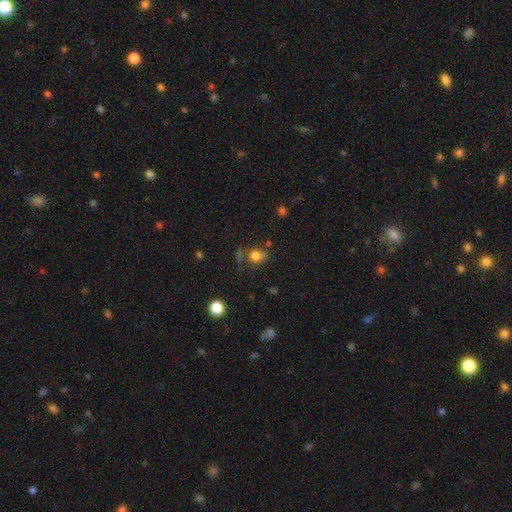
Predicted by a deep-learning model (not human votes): Smooth or featured? Predicted: smooth (p=0.78). How rounded? Predicted: round (p=0.55). Merging? Predicted: none (p=0.60).